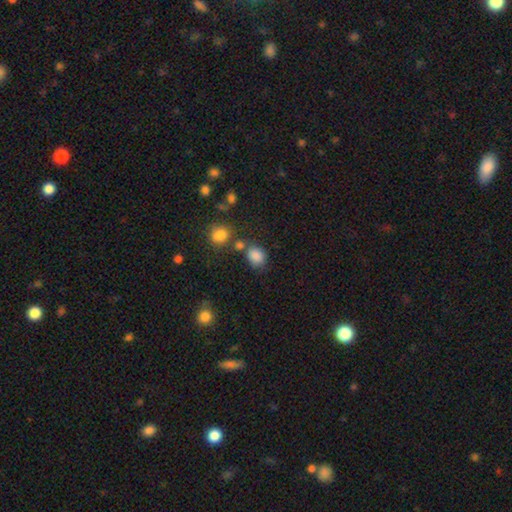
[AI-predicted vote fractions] smooth_or_featured: smooth (p=0.84) [alt: star or artifact p=0.11]
how_rounded: in between (p=0.55) [alt: round p=0.44]
merging: none (p=0.62) [alt: minor disturbance p=0.17]